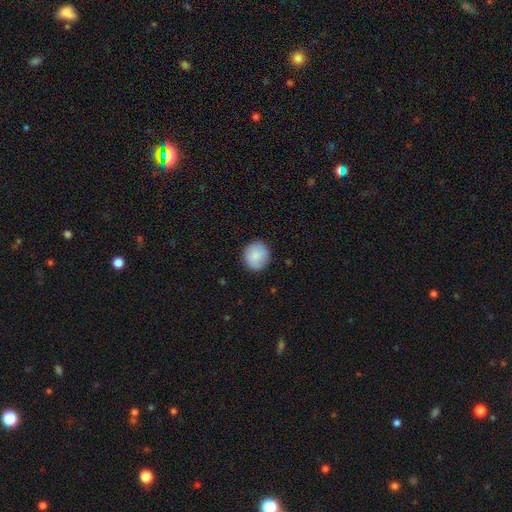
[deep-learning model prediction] This appears to be a smooth galaxy with no disk features (87%) that is round (87%). Merging: none (88%).